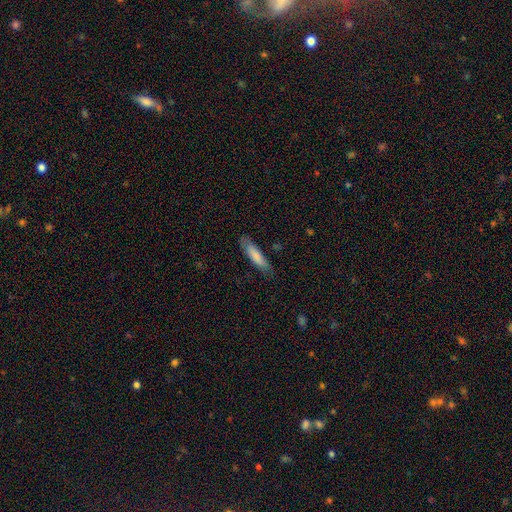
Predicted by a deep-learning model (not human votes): A smooth galaxy with no disk features (79%) that is cigar-shaped (73%).

Vote fractions:
- Smooth or featured? smooth: 79% / featured or disk: 15% / star or artifact: 6%
- How rounded? cigar-shaped: 73% / in between: 25% / round: 1%
- Merging? none: 78% / minor disturbance: 17% / major disturbance: 4% / merger: 1%